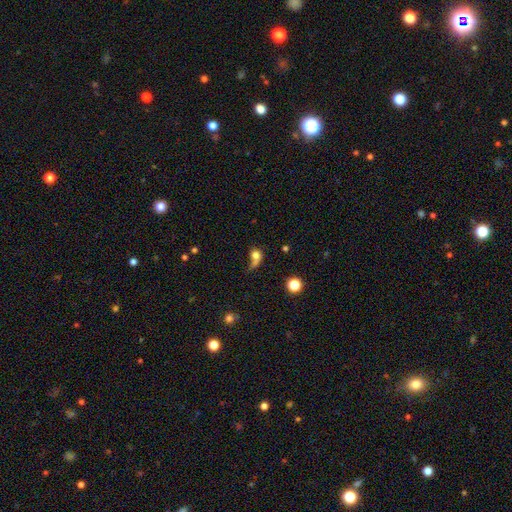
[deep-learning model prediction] Smooth or featured? smooth (65%)
How rounded? round (57%)
Merging? major disturbance (34%)